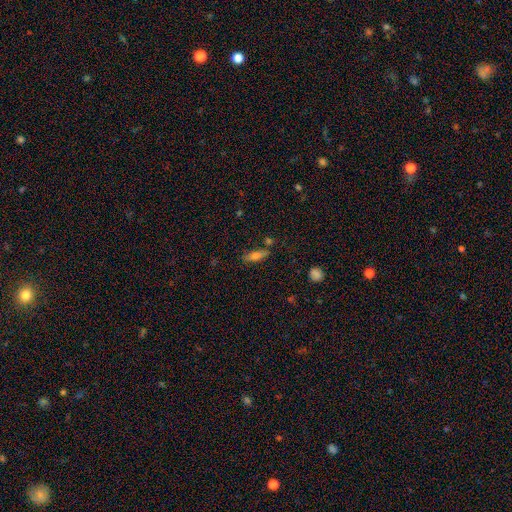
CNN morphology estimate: This appears to be a smooth galaxy with no disk features (62%) that is cigar-shaped (51%). Merging: none (75%).